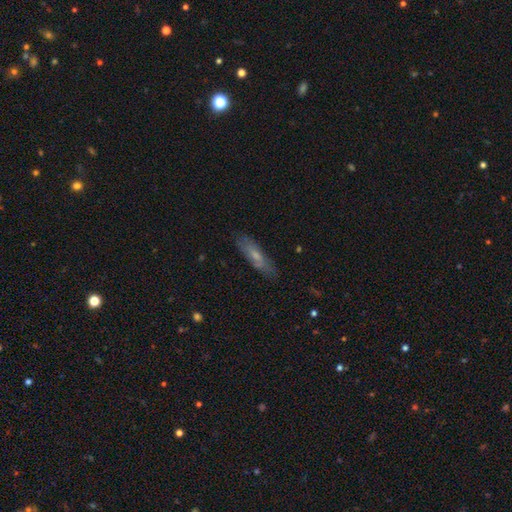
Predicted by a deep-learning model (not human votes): smooth 57%, featured or disk 35%, star or artifact 7%. Down the decision tree: how rounded — cigar-shaped (69%); merging — none (80%).